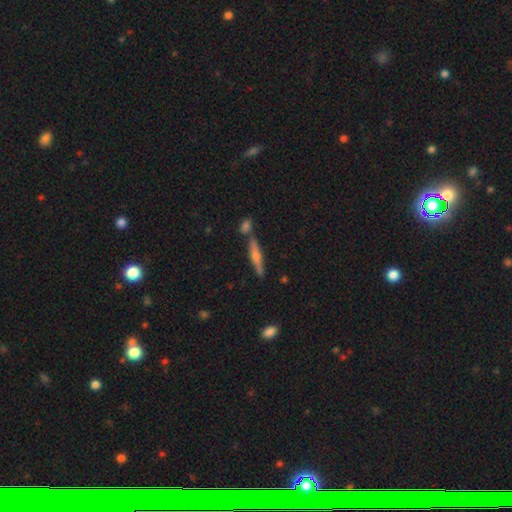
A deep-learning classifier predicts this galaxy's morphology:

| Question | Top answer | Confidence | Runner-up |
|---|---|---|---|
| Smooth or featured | featured or disk | 62% | smooth (27%) |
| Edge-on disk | yes | 94% | no (6%) |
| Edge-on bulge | rounded | 79% | none (11%) |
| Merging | none | 75% | merger (12%) |